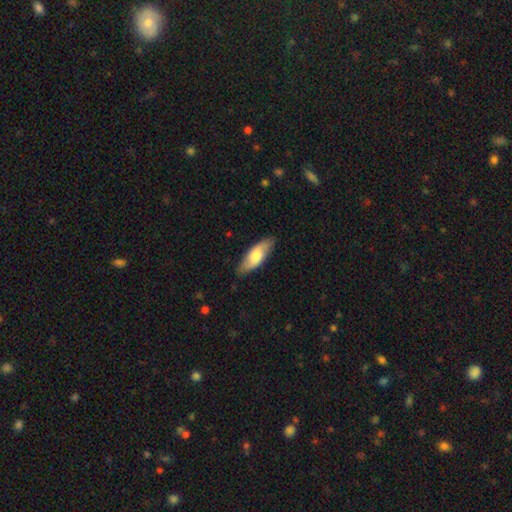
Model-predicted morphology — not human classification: smooth 61%, featured or disk 34%, star or artifact 5%. Down the decision tree: how rounded — in between (70%); merging — none (83%).